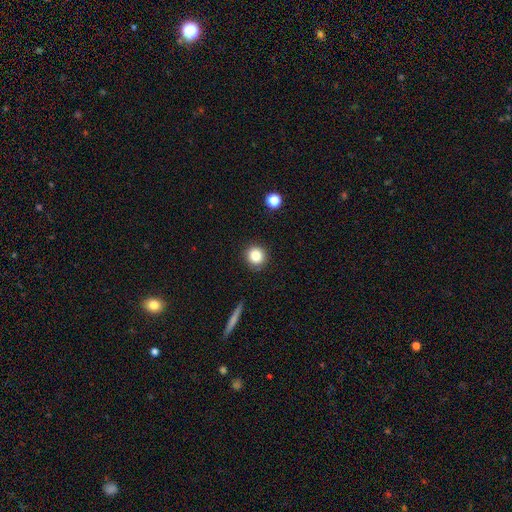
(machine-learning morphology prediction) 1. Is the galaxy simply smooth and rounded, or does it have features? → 85% smooth, 10% star or artifact, 5% featured or disk.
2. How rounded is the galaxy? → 91% round, 7% in between, 1% cigar-shaped.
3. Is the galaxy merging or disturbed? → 88% none, 8% minor disturbance, 2% major disturbance, 1% merger.